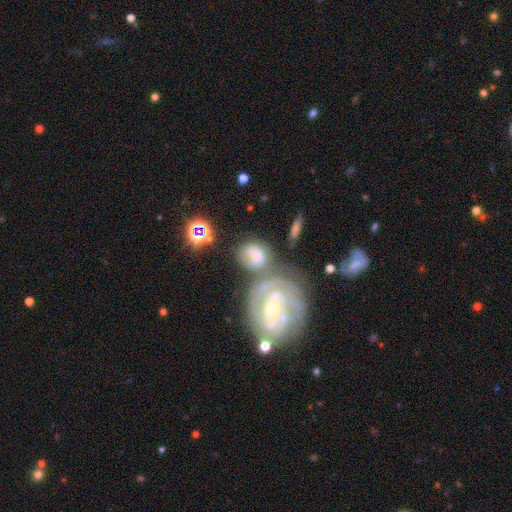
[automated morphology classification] This is possibly a featured or disk galaxy (47%). Merging: marginally merger (38%).